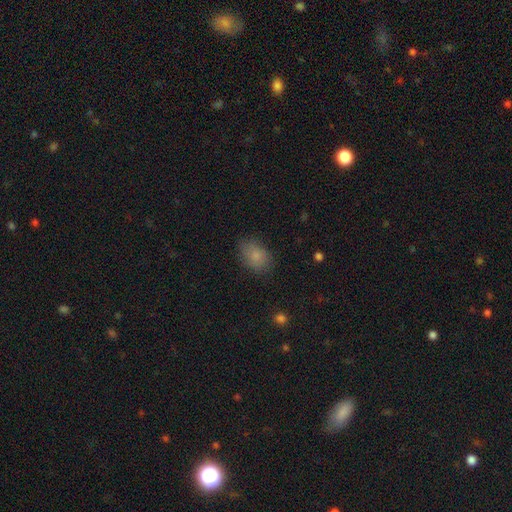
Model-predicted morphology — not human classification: A smooth galaxy with no disk features (83%) that is in between round and cigar-shaped (80%).

Vote fractions:
- Smooth or featured? smooth: 83% / star or artifact: 9% / featured or disk: 7%
- How rounded? in between: 80% / round: 19% / cigar-shaped: 1%
- Merging? none: 78% / minor disturbance: 17% / major disturbance: 4% / merger: 1%